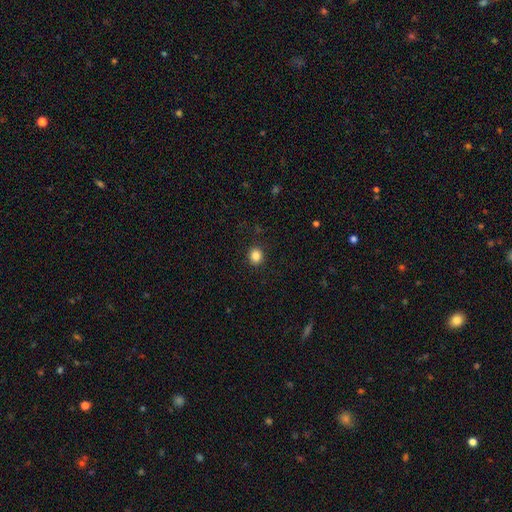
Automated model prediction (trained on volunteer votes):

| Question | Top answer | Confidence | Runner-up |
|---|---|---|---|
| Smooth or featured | smooth | 85% | star or artifact (11%) |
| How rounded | round | 79% | in between (20%) |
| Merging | none | 90% | minor disturbance (6%) |